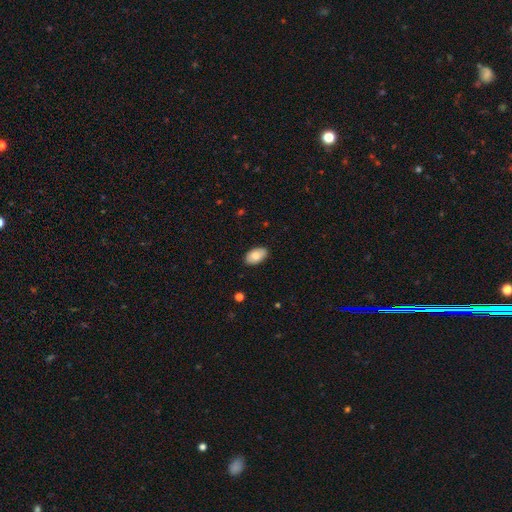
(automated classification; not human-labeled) Smooth or featured?
  - smooth: 81% *
  - featured or disk: 13%
  - star or artifact: 6%
How rounded?
  - in between: 94% *
  - round: 4%
  - cigar-shaped: 1%
Merging?
  - none: 87% *
  - minor disturbance: 10%
  - major disturbance: 2%
  - merger: 1%